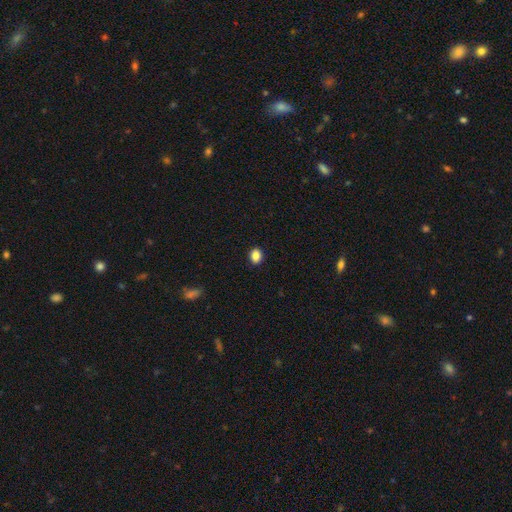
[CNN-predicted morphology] The model was most divided on "how rounded": in between: 59%, round: 40%, cigar-shaped: 1%. More confident: merging — none (90%); smooth or featured — smooth (87%).